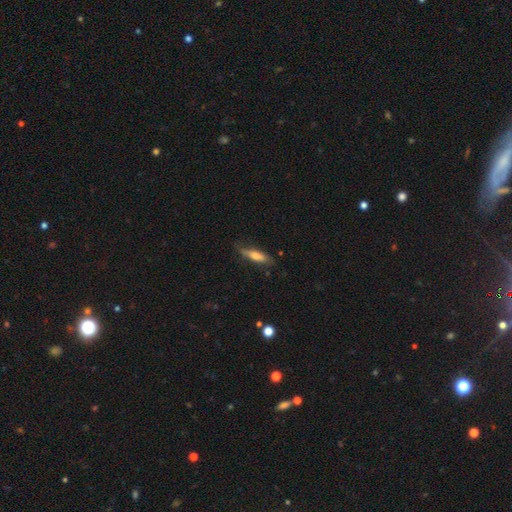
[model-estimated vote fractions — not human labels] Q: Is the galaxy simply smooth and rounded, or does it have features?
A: smooth — 59%.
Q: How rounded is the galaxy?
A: cigar-shaped — 73%.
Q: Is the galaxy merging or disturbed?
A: none — 68%.